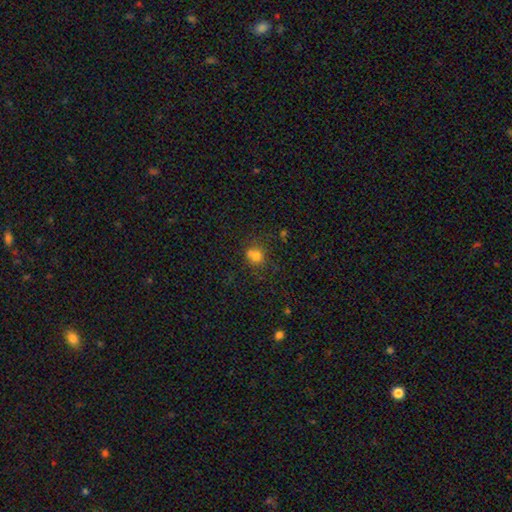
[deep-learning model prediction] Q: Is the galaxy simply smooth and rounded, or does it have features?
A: smooth — 73%.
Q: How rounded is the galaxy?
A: round — 77%.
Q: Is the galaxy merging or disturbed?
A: none — 58%.